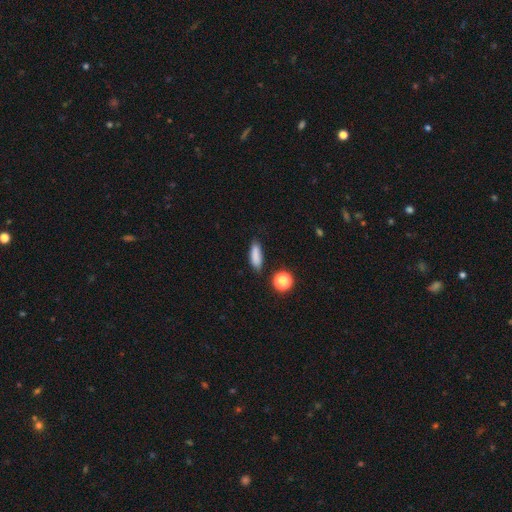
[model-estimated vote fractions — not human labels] smooth-or-featured: smooth: 84% | star or artifact: 10% | featured or disk: 6%
  how-rounded: in between: 53% | cigar-shaped: 42% | round: 5%
  merging: none: 80% | minor disturbance: 14% | major disturbance: 3% | merger: 3%